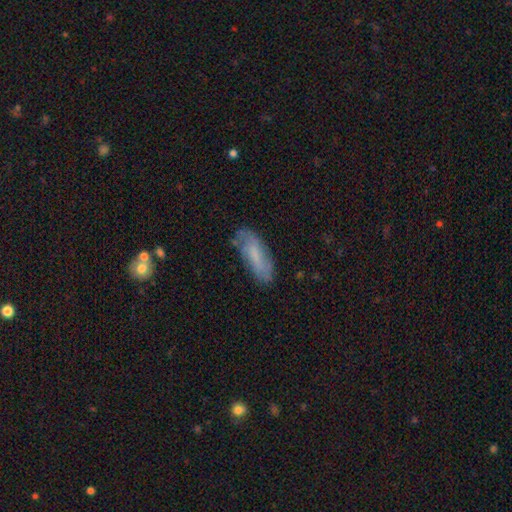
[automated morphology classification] A smooth galaxy with no disk features (60%) that is in between round and cigar-shaped (62%).

Vote fractions:
- Smooth or featured? smooth: 60% / featured or disk: 32% / star or artifact: 8%
- How rounded? in between: 62% / cigar-shaped: 37% / round: 2%
- Merging? none: 66% / minor disturbance: 24% / major disturbance: 7% / merger: 2%